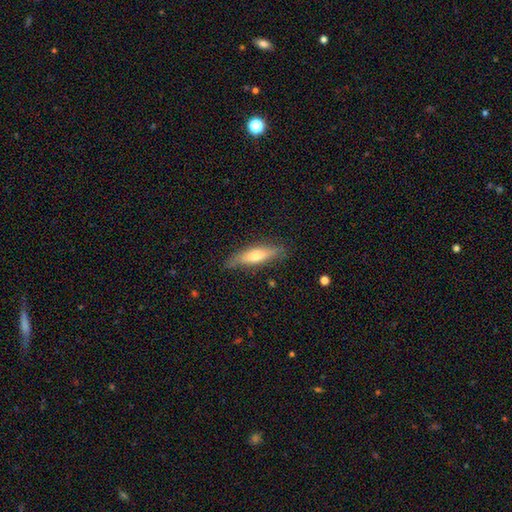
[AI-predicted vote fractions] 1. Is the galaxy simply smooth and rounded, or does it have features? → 58% smooth, 36% featured or disk, 6% star or artifact.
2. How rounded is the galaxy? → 71% cigar-shaped, 28% in between, 2% round.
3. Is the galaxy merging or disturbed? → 82% none, 14% minor disturbance, 3% major disturbance, 1% merger.